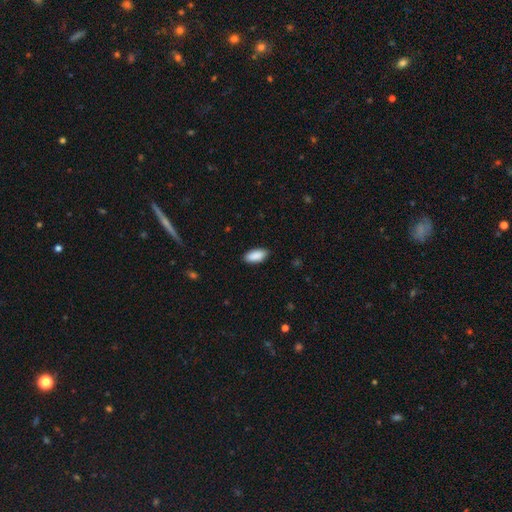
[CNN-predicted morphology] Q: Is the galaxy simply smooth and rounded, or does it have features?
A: smooth — 91%.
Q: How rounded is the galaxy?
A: in between — 89%.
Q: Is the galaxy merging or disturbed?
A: none — 88%.